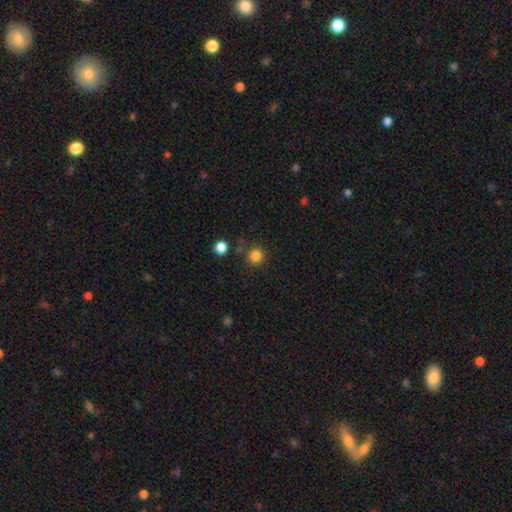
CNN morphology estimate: The model was most divided on "smooth or featured": smooth: 84%, star or artifact: 13%, featured or disk: 4%. More confident: how rounded — round (94%); merging — none (84%).